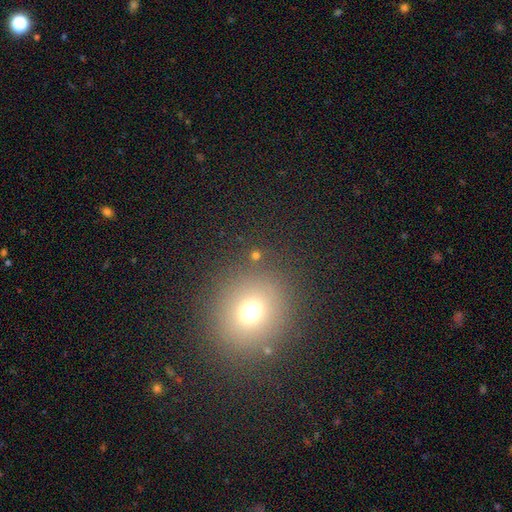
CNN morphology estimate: smooth_or_featured: smooth (p=0.59) [alt: star or artifact p=0.31]
how_rounded: round (p=0.86) [alt: in between p=0.13]
merging: none (p=0.80) [alt: minor disturbance p=0.09]